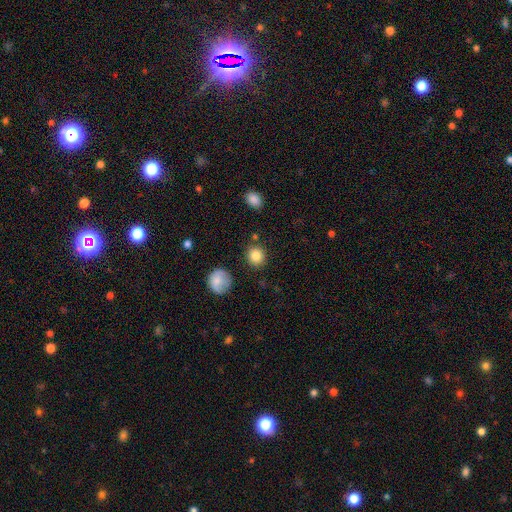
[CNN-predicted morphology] Smooth or featured? smooth (84%)
How rounded? round (86%)
Merging? none (87%)